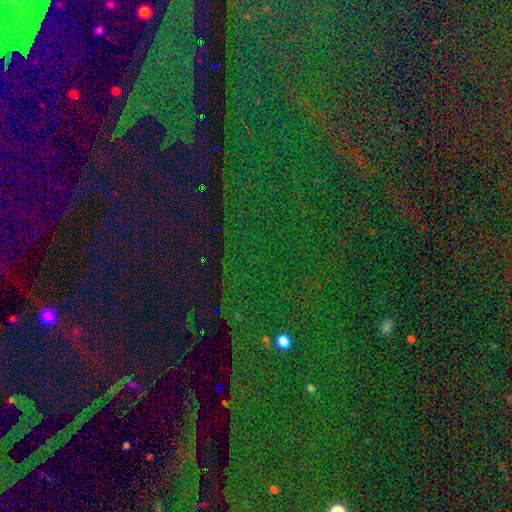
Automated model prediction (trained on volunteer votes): Smooth or featured? star or artifact (84%)